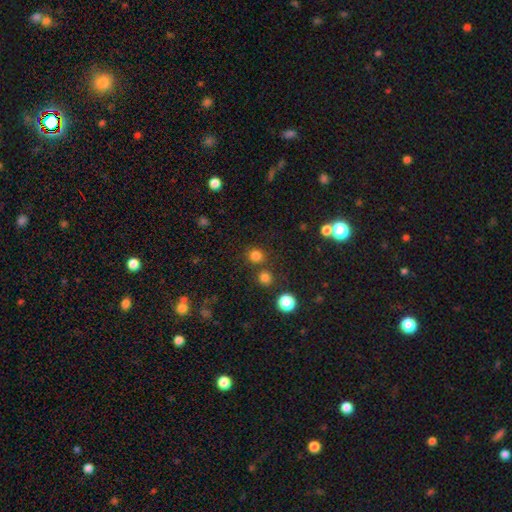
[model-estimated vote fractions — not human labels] Q: Smooth or featured?
A: smooth (78%); runner-up: star or artifact (18%)
Q: How rounded?
A: round (88%); runner-up: in between (11%)
Q: Merging?
A: none (77%); runner-up: merger (12%)